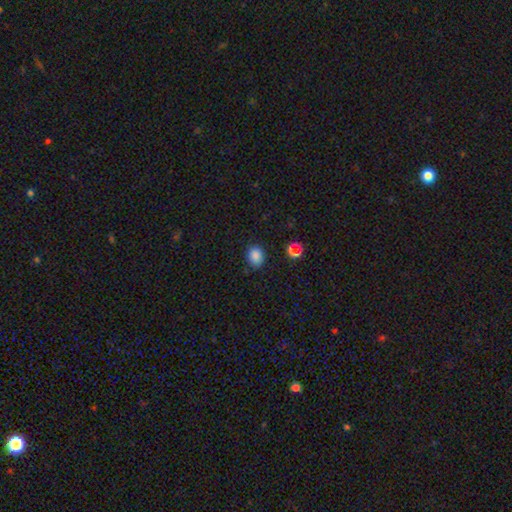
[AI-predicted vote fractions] smooth 84%, star or artifact 12%, featured or disk 4%. Down the decision tree: how rounded — in between (54%); merging — none (83%).